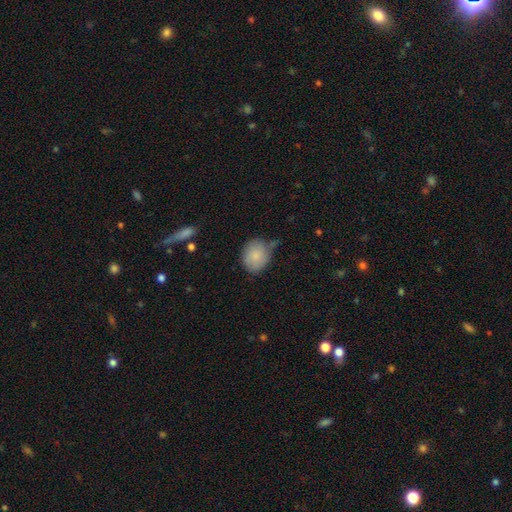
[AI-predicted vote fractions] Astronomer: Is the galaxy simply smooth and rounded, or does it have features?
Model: smooth — 84%.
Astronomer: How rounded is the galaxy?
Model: round — 65%.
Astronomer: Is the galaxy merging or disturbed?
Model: none — 54% (runner-up: minor disturbance, 31%).